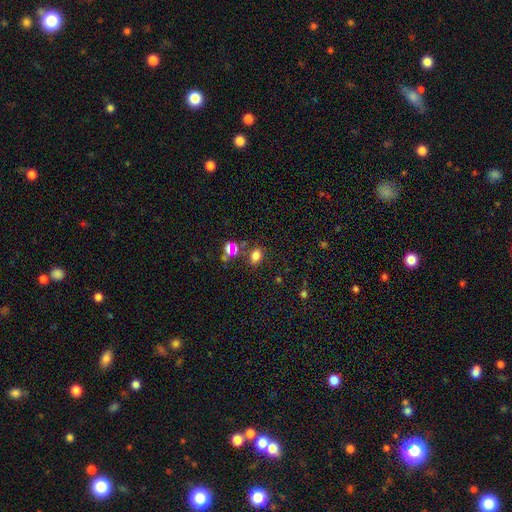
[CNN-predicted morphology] The model was most divided on "how rounded": in between: 70%, round: 29%, cigar-shaped: 1%. More confident: smooth or featured — smooth (74%); merging — none (69%).